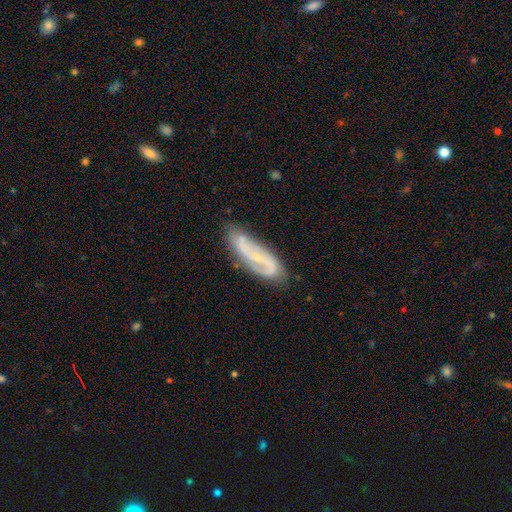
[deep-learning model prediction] smooth_or_featured: featured or disk (p=0.78) [alt: smooth p=0.16]
disk_edge_on: no (p=0.89) [alt: yes p=0.11]
bar: weak (p=0.40) [alt: no p=0.39]
has_spiral_arms: yes (p=0.93) [alt: no p=0.07]
spiral_winding: medium (p=0.42) [alt: loose p=0.36]
spiral_arm_count: 2 (p=0.84) [alt: can't tell p=0.08]
bulge_size: small (p=0.73) [alt: moderate p=0.17]
merging: none (p=0.76) [alt: minor disturbance p=0.17]